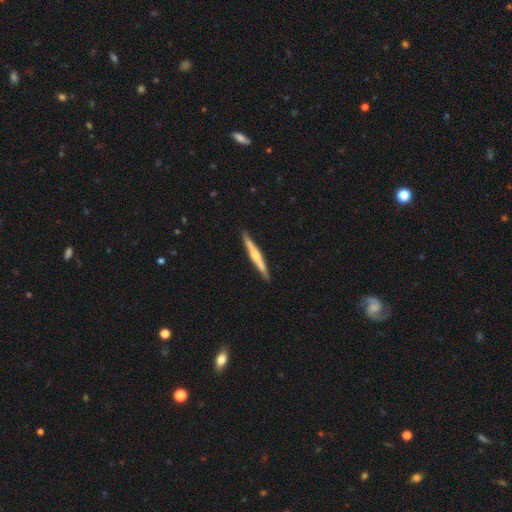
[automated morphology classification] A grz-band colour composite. It shows a featured or disk galaxy (61%) viewed edge-on (97%) with a rounded central bulge (66%). Merging: none (90%).